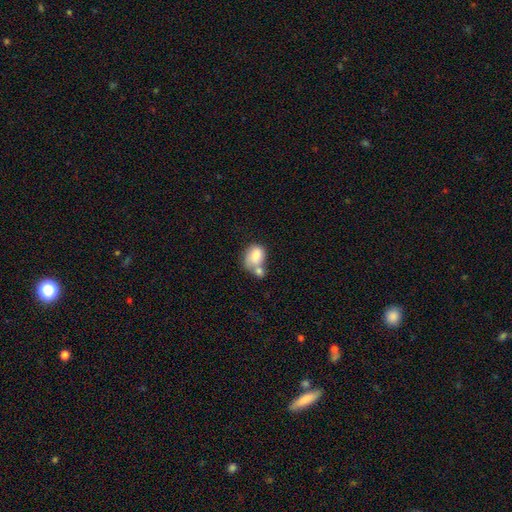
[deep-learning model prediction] Smooth or featured?
  - smooth: 76% *
  - featured or disk: 17%
  - star or artifact: 7%
How rounded?
  - in between: 56% *
  - round: 43%
  - cigar-shaped: 1%
Merging?
  - merger: 57% *
  - none: 24%
  - minor disturbance: 13%
  - major disturbance: 6%